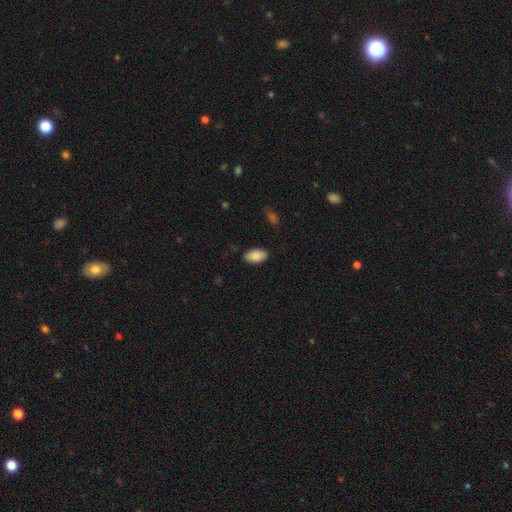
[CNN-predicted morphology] This appears to be a smooth galaxy with no disk features (87%) that is in between round and cigar-shaped (95%). Merging: none (85%).